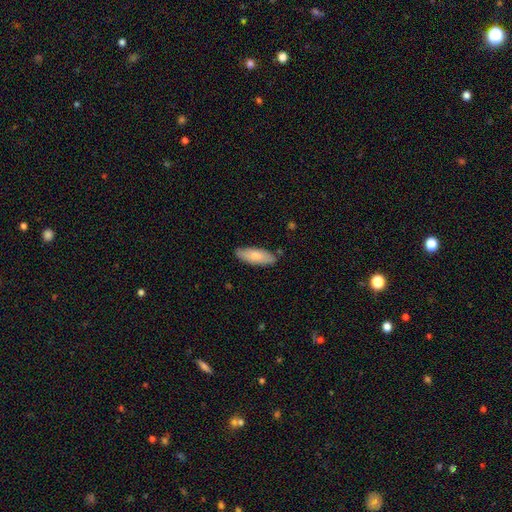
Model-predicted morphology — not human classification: This is likely a smooth galaxy (79%). How rounded: likely in between (69%). Merging: clearly none (83%).